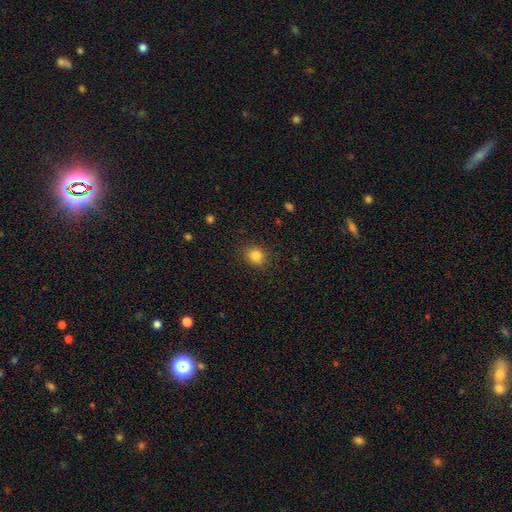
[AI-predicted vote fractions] Smooth or featured?
  - smooth: 83% *
  - star or artifact: 11%
  - featured or disk: 6%
How rounded?
  - round: 75% *
  - in between: 25%
  - cigar-shaped: 1%
Merging?
  - none: 87% *
  - minor disturbance: 9%
  - major disturbance: 3%
  - merger: 1%